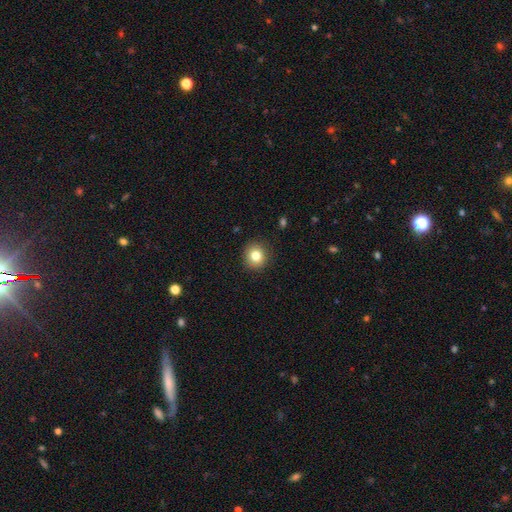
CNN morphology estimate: smooth-or-featured: smooth: 81% | star or artifact: 11% | featured or disk: 8%
  how-rounded: round: 89% | in between: 11% | cigar-shaped: 1%
  merging: none: 91% | minor disturbance: 6% | major disturbance: 2% | merger: 1%